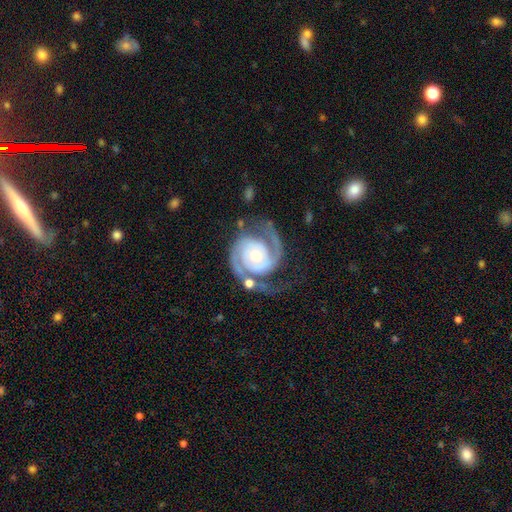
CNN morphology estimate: Q: Smooth or featured?
A: featured or disk (92%); runner-up: smooth (4%)
Q: Edge-on disk?
A: no (98%); runner-up: yes (2%)
Q: Bar?
A: no (69%); runner-up: weak (22%)
Q: Spiral arms?
A: yes (98%); runner-up: no (2%)
Q: Spiral winding?
A: tight (58%); runner-up: medium (34%)
Q: Spiral arm count?
A: 2 (87%); runner-up: 3 (4%)
Q: Bulge size?
A: moderate (65%); runner-up: small (28%)
Q: Merging?
A: none (62%); runner-up: minor disturbance (18%)